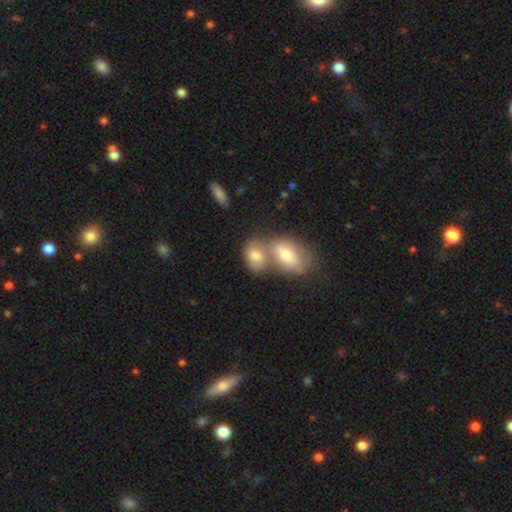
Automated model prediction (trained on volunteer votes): Smooth or featured? smooth (74%)
How rounded? in between (79%)
Merging? merger (60%)